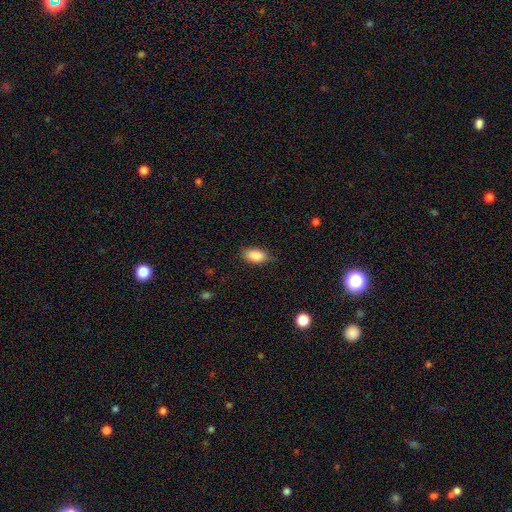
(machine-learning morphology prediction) A smooth galaxy with no disk features (88%) that is in between round and cigar-shaped (91%). Merging: none (79%).